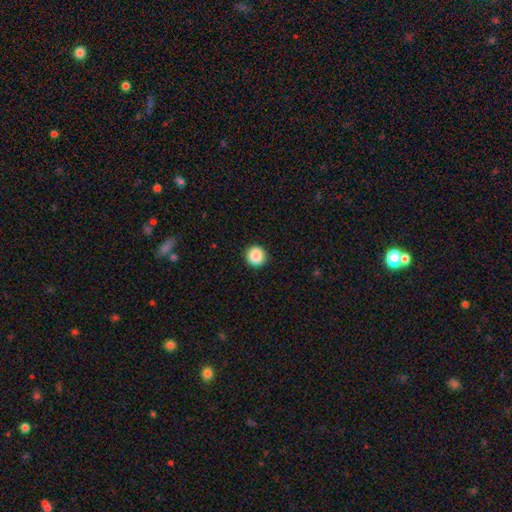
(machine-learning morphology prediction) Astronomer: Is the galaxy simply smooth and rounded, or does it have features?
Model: smooth — 88%.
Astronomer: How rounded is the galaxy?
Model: round — 95%.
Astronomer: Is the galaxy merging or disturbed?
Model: none — 93%.